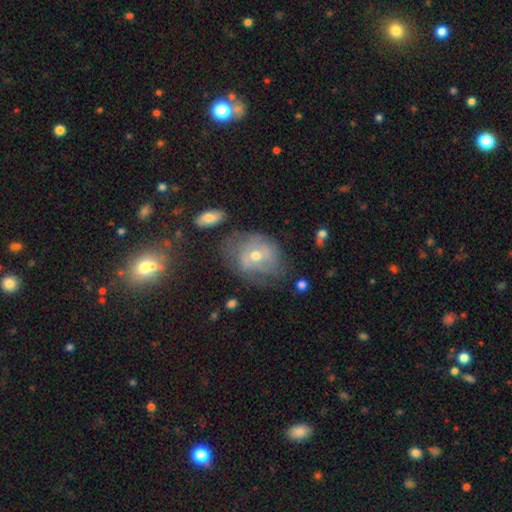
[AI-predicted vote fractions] Q: Smooth or featured?
A: featured or disk (59%); runner-up: smooth (31%)
Q: Edge-on disk?
A: no (95%); runner-up: yes (5%)
Q: Bar?
A: no (62%); runner-up: weak (29%)
Q: Spiral arms?
A: yes (59%); runner-up: no (41%)
Q: Bulge size?
A: moderate (56%); runner-up: small (40%)
Q: Merging?
A: none (51%); runner-up: minor disturbance (27%)